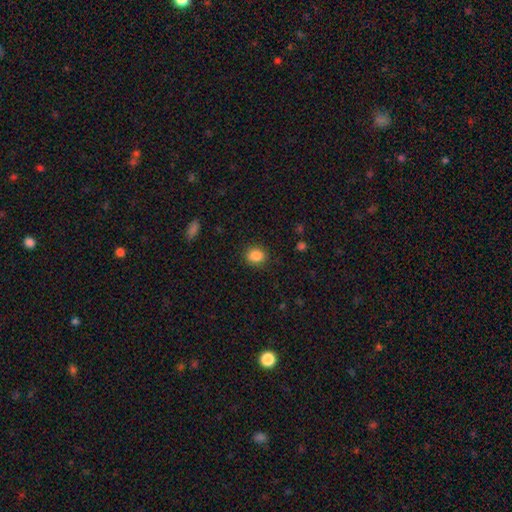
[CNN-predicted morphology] This is clearly a smooth galaxy (86%). How rounded: likely round (61%). Merging: clearly none (88%).